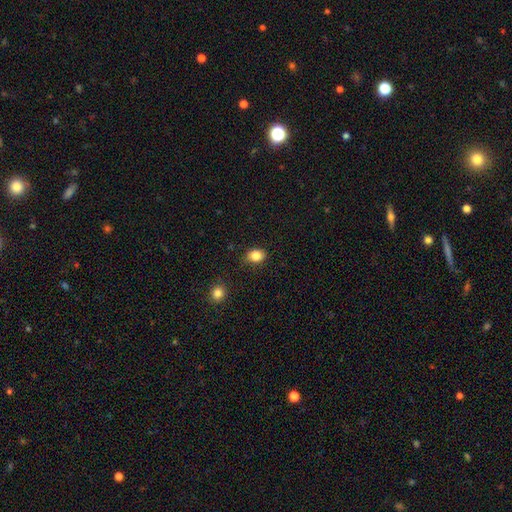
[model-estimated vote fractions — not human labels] smooth 85%, star or artifact 10%, featured or disk 5%. Down the decision tree: how rounded — in between (56%); merging — none (82%).